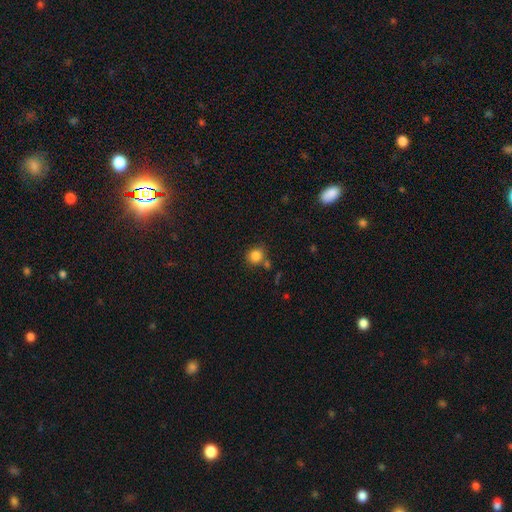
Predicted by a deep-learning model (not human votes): Overall: smooth (84%). How rounded: round (82%). Merging: none (72%).